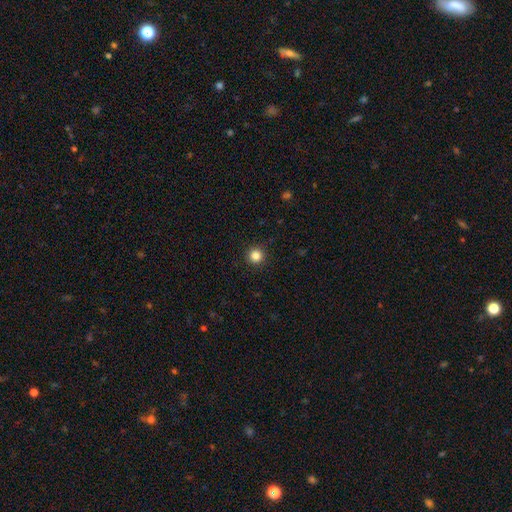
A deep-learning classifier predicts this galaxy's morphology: smooth_or_featured: smooth (p=0.84) [alt: star or artifact p=0.12]
how_rounded: round (p=0.96) [alt: in between p=0.03]
merging: none (p=0.93) [alt: minor disturbance p=0.05]